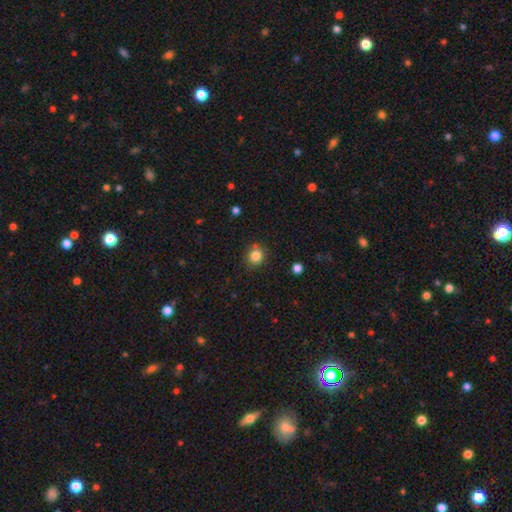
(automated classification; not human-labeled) Overall: smooth (83%). How rounded: round (83%). Merging: none (80%).